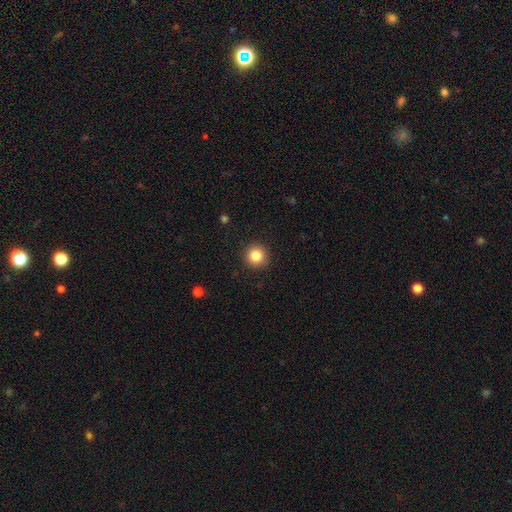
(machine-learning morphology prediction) This appears to be a smooth galaxy with no disk features (85%) that is round (95%). Merging: none (92%).